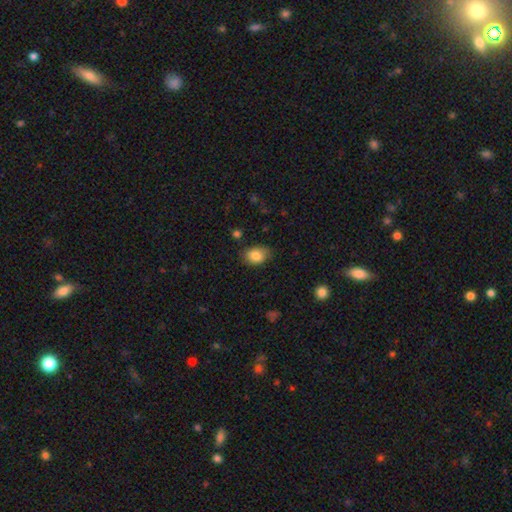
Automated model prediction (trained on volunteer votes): smooth 84%, star or artifact 8%, featured or disk 8%. Down the decision tree: how rounded — in between (74%); merging — none (76%).